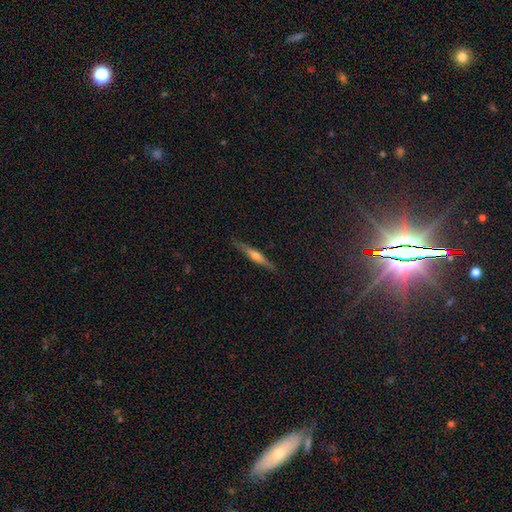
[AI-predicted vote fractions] Q: Smooth or featured?
A: featured or disk (60%); runner-up: smooth (33%)
Q: Edge-on disk?
A: yes (96%); runner-up: no (4%)
Q: Edge-on bulge?
A: rounded (75%); runner-up: boxy (13%)
Q: Merging?
A: none (86%); runner-up: minor disturbance (11%)